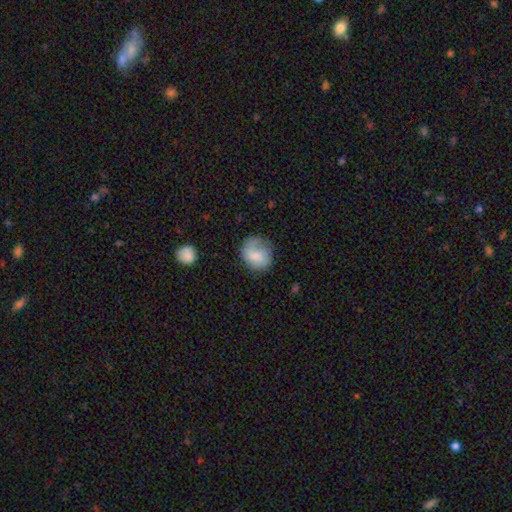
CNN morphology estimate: A smooth galaxy with no disk features (67%) that is round (76%).

Vote fractions:
- Smooth or featured? smooth: 67% / featured or disk: 25% / star or artifact: 8%
- How rounded? round: 76% / in between: 24% / cigar-shaped: 1%
- Merging? none: 57% / minor disturbance: 26% / major disturbance: 15% / merger: 2%